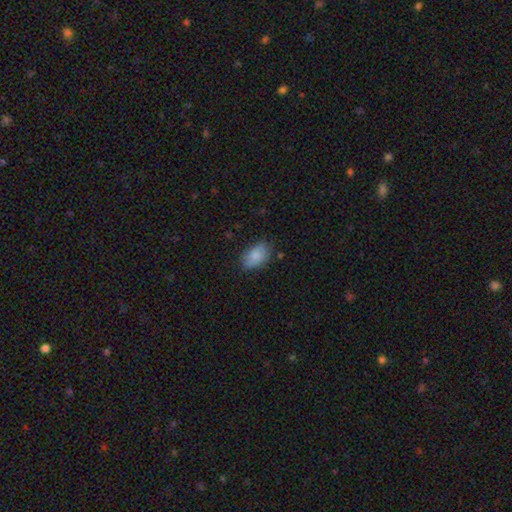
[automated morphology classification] smooth-or-featured: smooth: 85% | featured or disk: 8% | star or artifact: 7%
  how-rounded: in between: 90% | round: 8% | cigar-shaped: 2%
  merging: none: 72% | minor disturbance: 22% | major disturbance: 5% | merger: 2%